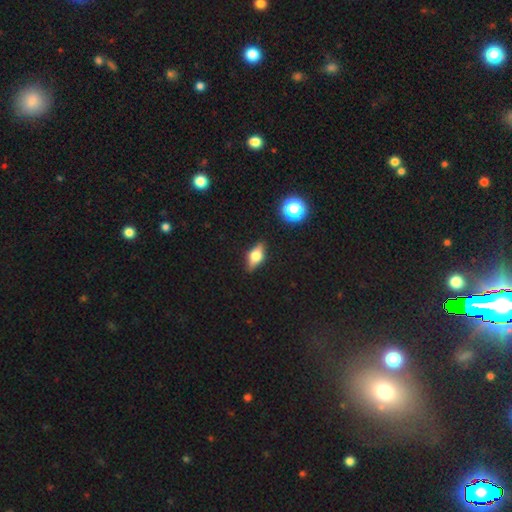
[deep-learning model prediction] Smooth or featured? Predicted: featured or disk (p=0.50). Merging? Predicted: none (p=0.86).